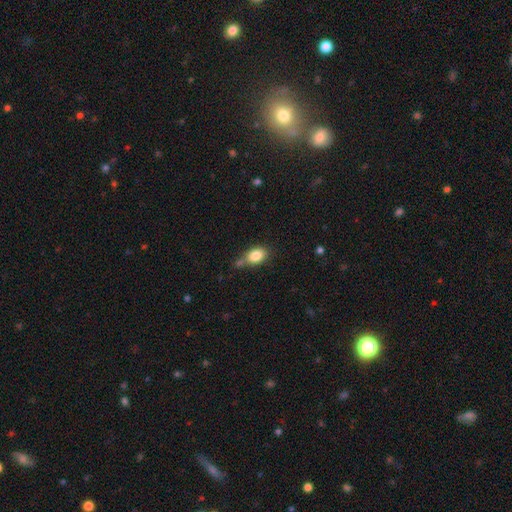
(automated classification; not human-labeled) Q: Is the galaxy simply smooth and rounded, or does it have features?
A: smooth — 84%.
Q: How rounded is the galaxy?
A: in between — 82%.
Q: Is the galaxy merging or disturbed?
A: none — 53%.